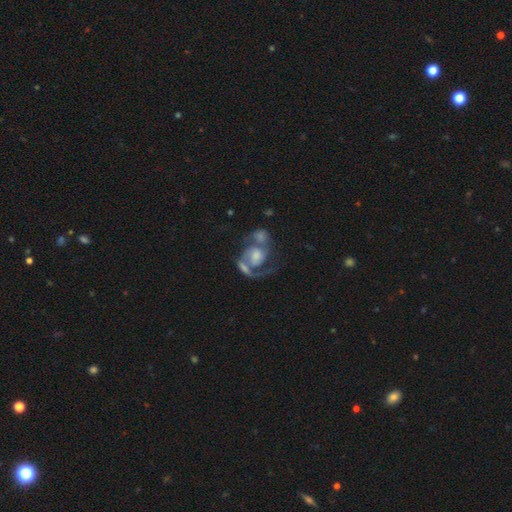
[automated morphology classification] Q: Smooth or featured?
A: featured or disk (77%); runner-up: smooth (15%)
Q: Edge-on disk?
A: no (98%); runner-up: yes (2%)
Q: Bar?
A: no (69%); runner-up: weak (25%)
Q: Spiral arms?
A: yes (88%); runner-up: no (12%)
Q: Spiral winding?
A: medium (45%); runner-up: tight (28%)
Q: Spiral arm count?
A: 2 (51%); runner-up: 1 (37%)
Q: Bulge size?
A: moderate (39%); runner-up: small (29%)
Q: Merging?
A: merger (45%); runner-up: none (27%)